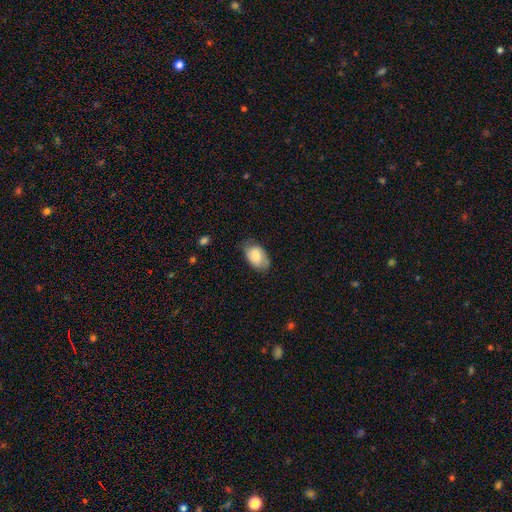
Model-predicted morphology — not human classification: smooth_or_featured: smooth (p=0.78) [alt: featured or disk p=0.15]
how_rounded: in between (p=0.91) [alt: round p=0.08]
merging: none (p=0.64) [alt: minor disturbance p=0.27]